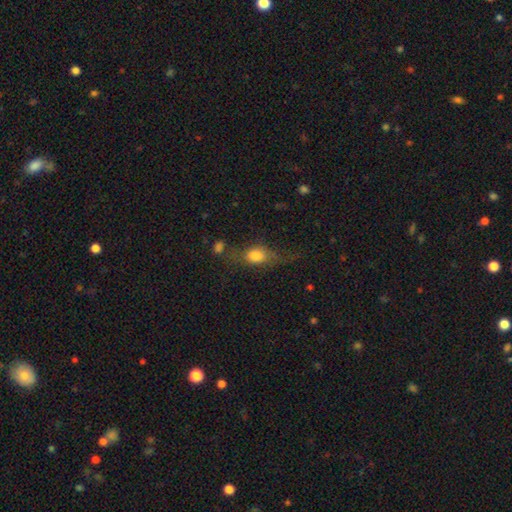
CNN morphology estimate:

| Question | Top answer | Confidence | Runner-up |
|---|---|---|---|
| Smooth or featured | smooth | 67% | featured or disk (23%) |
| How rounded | in between | 71% | round (16%) |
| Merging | none | 41% | major disturbance (27%) |